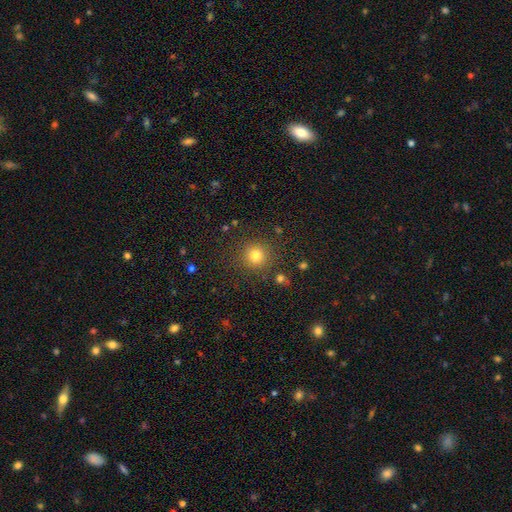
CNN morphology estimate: The model was most divided on "smooth or featured": smooth: 80%, star or artifact: 14%, featured or disk: 6%. More confident: how rounded — round (93%); merging — none (87%).